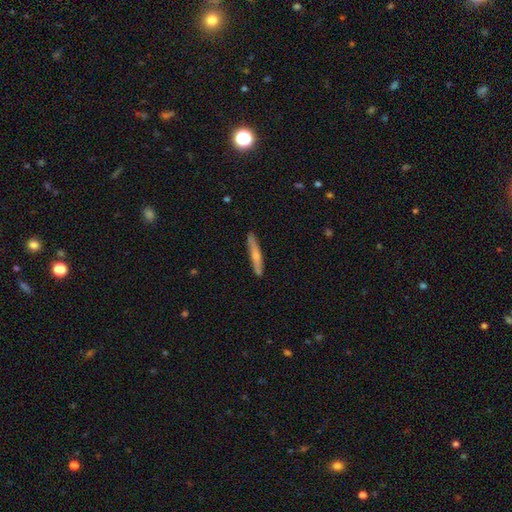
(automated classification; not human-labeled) A smooth galaxy with no disk features (55%) that is cigar-shaped (94%). Merging: none (88%).